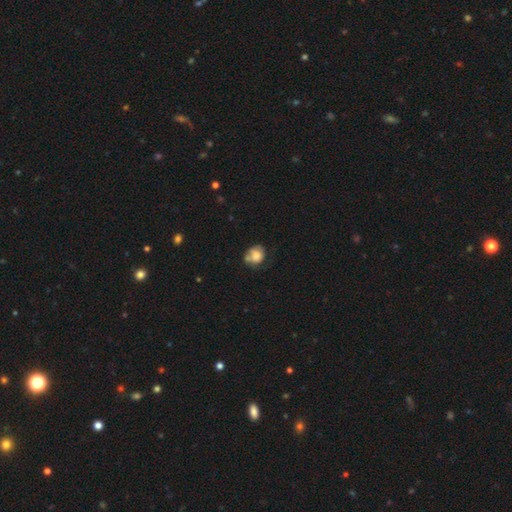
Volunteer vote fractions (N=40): Morphology: type=smooth (60%); roundness=round (71%); merging=minor disturbance (38%).